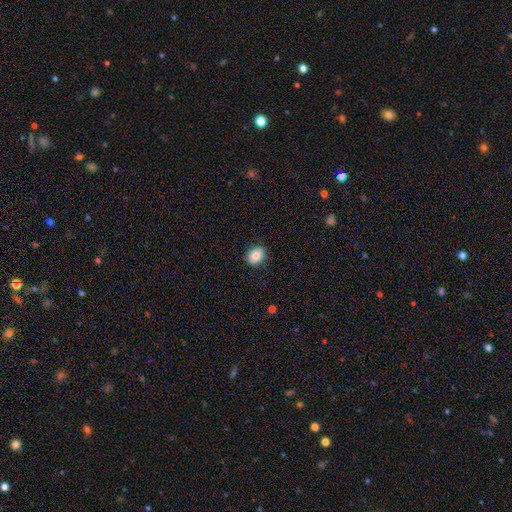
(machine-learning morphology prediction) A smooth galaxy with no disk features (81%) that is in between round and cigar-shaped (57%). Merging: none (85%).